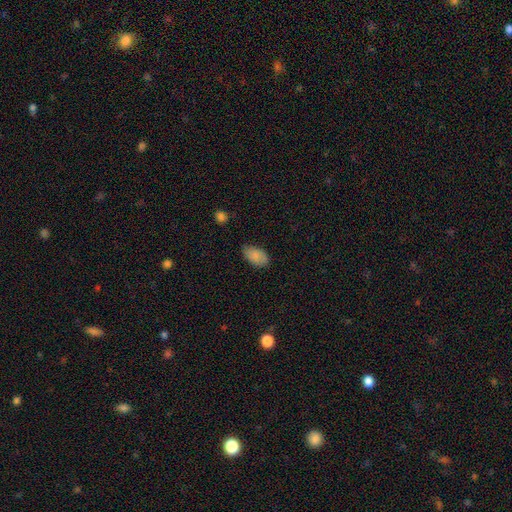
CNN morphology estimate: smooth-or-featured: smooth: 86% | star or artifact: 7% | featured or disk: 6%
  how-rounded: in between: 94% | round: 4% | cigar-shaped: 2%
  merging: none: 75% | minor disturbance: 20% | major disturbance: 4% | merger: 1%